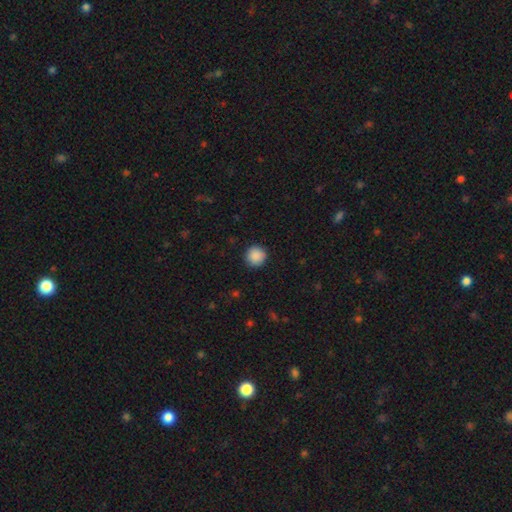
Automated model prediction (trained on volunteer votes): Overall: smooth (89%). How rounded: round (94%). Merging: none (91%).